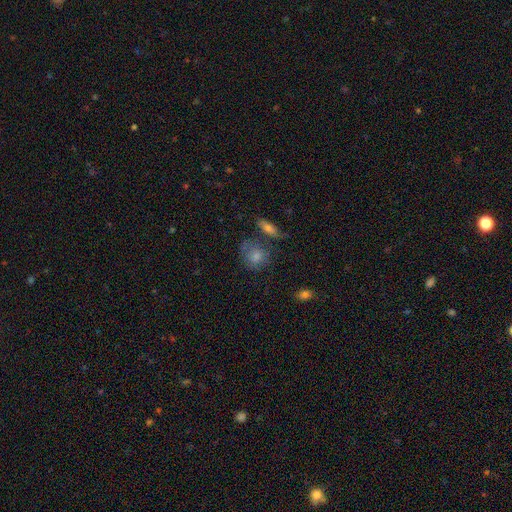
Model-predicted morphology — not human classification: smooth 77%, featured or disk 13%, star or artifact 10%. Down the decision tree: how rounded — round (67%); merging — none (54%).